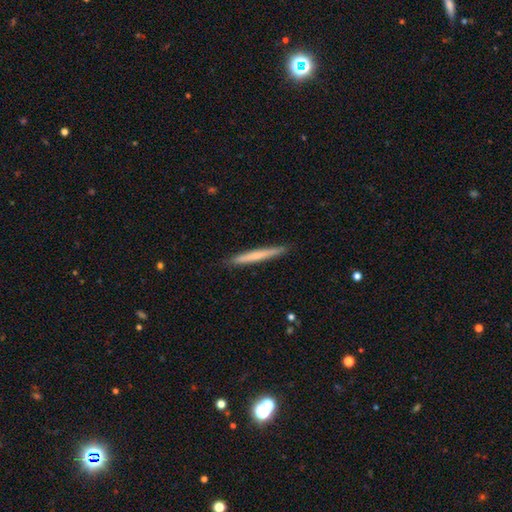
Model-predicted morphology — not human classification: Overall: smooth (60%; featured or disk 35%). How rounded: cigar-shaped (97%). Merging: none (91%).